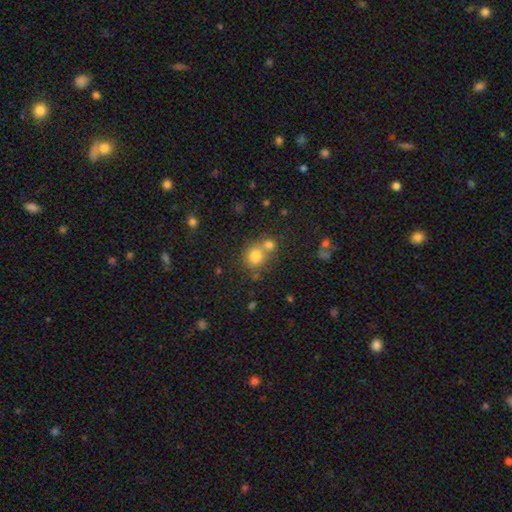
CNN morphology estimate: type=smooth (78%); roundness=round (81%); merging=none (49%).